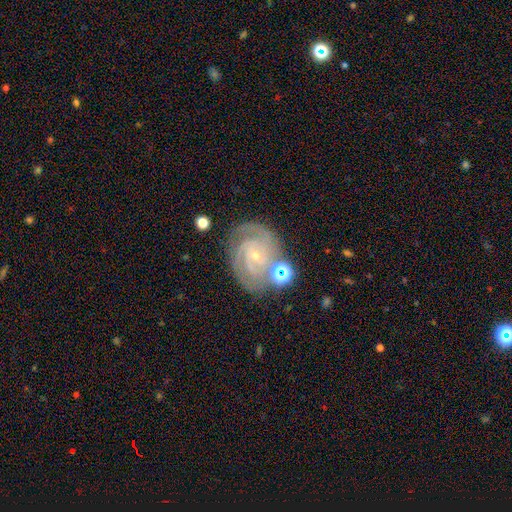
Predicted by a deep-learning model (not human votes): The model was most divided on "spiral arm count": 3: 40%, 2: 27%, 4: 12%, can't tell: 11%, more than 4: 5%, 1: 5%. More confident: spiral arms — yes (98%); edge-on disk — no (98%); smooth or featured — featured or disk (88%); bulge size — small (80%); merging — none (73%); spiral winding — tight (69%); bar — no (67%).